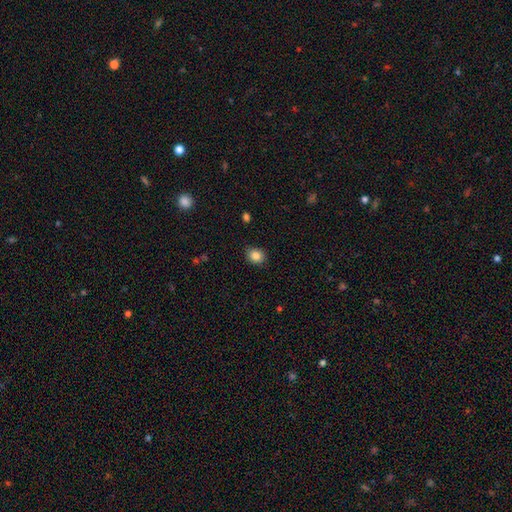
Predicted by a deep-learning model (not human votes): Smooth or featured?
  - smooth: 85% *
  - star or artifact: 10%
  - featured or disk: 5%
How rounded?
  - round: 68% *
  - in between: 31%
  - cigar-shaped: 1%
Merging?
  - none: 86% *
  - minor disturbance: 11%
  - major disturbance: 2%
  - merger: 1%